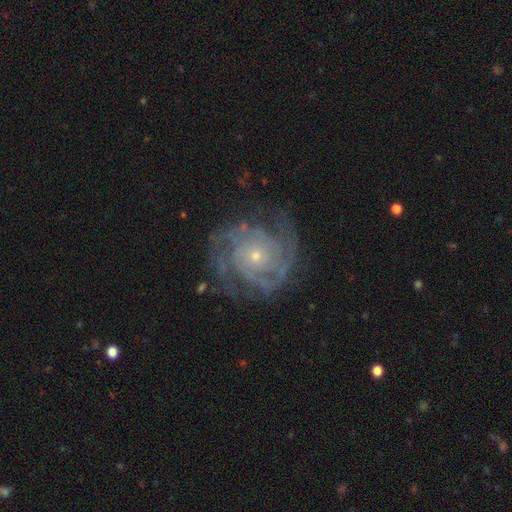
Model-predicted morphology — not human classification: Smooth or featured?
  - featured or disk: 86% *
  - smooth: 7%
  - star or artifact: 7%
Edge-on disk?
  - no: 98% *
  - yes: 2%
Bar?
  - no: 81% *
  - weak: 15%
  - strong: 4%
Spiral arms?
  - yes: 95% *
  - no: 5%
Spiral winding?
  - tight: 68% *
  - medium: 27%
  - loose: 6%
Spiral arm count?
  - 2: 30% *
  - can't tell: 25%
  - 3: 21%
  - 4: 12%
  - more than 4: 7%
  - 1: 6%
Bulge size?
  - small: 75% *
  - moderate: 21%
  - large: 1%
  - none: 1%
  - dominant: 1%
Merging?
  - none: 72% *
  - minor disturbance: 17%
  - major disturbance: 10%
  - merger: 1%